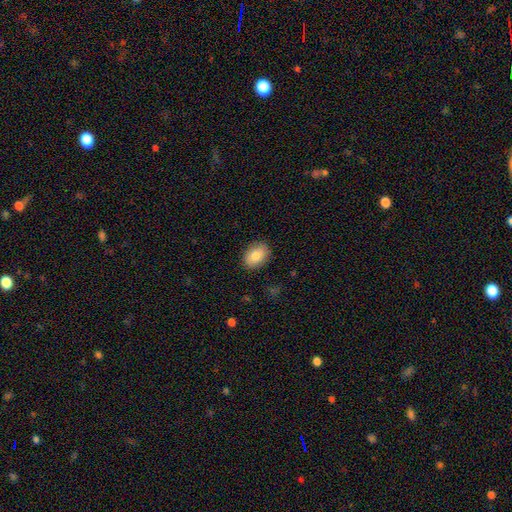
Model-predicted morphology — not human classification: A smooth galaxy with no disk features (84%) that is in between round and cigar-shaped (83%). Merging: none (88%).